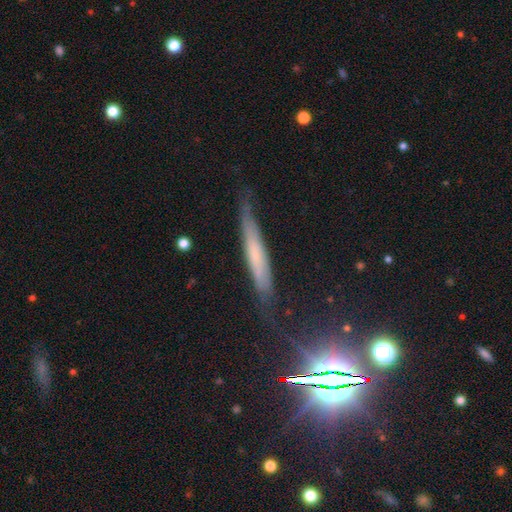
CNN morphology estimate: smooth_or_featured: smooth (p=0.45) [alt: featured or disk p=0.43]
merging: none (p=0.71) [alt: minor disturbance p=0.21]